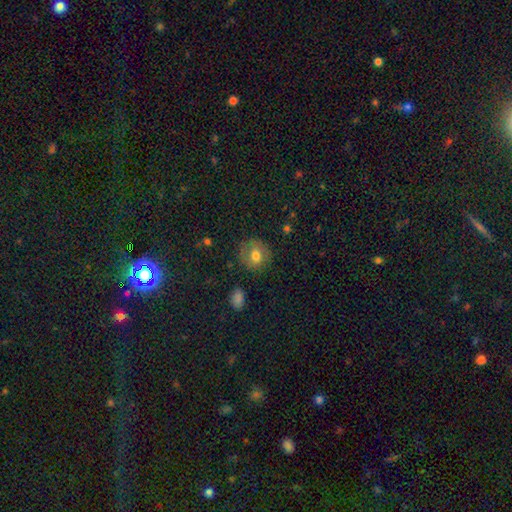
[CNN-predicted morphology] smooth_or_featured: smooth (p=0.69) [alt: featured or disk p=0.21]
how_rounded: round (p=0.84) [alt: in between p=0.15]
merging: none (p=0.81) [alt: minor disturbance p=0.13]